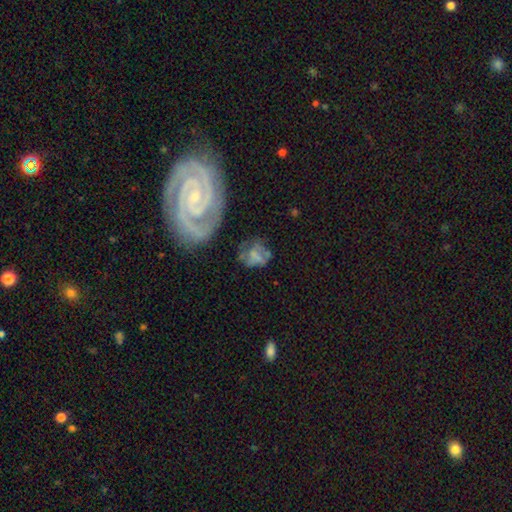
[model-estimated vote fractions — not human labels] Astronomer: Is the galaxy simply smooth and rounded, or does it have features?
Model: featured or disk — 45% (runner-up: smooth, 41%).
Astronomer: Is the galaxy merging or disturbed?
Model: none — 42% (runner-up: major disturbance, 27%).